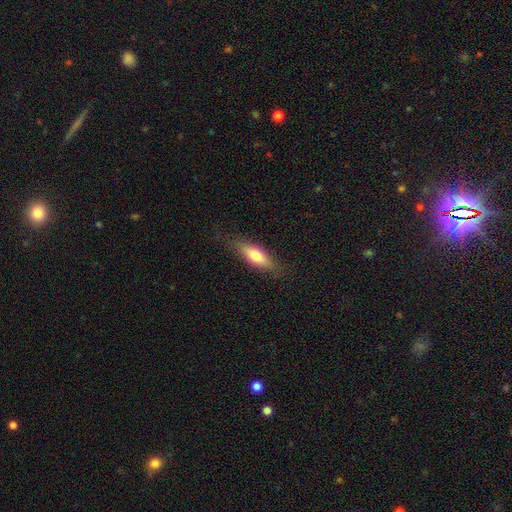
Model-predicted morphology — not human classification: smooth-or-featured: smooth: 71% | featured or disk: 23% | star or artifact: 6%
  how-rounded: in between: 64% | cigar-shaped: 33% | round: 3%
  merging: none: 81% | minor disturbance: 14% | major disturbance: 4% | merger: 1%